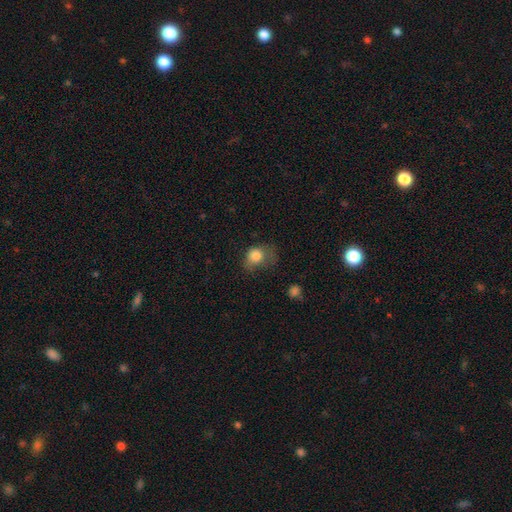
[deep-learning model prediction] Q: Smooth or featured?
A: smooth (80%); runner-up: featured or disk (10%)
Q: How rounded?
A: round (57%); runner-up: in between (42%)
Q: Merging?
A: minor disturbance (33%); tied with: major disturbance (33%)